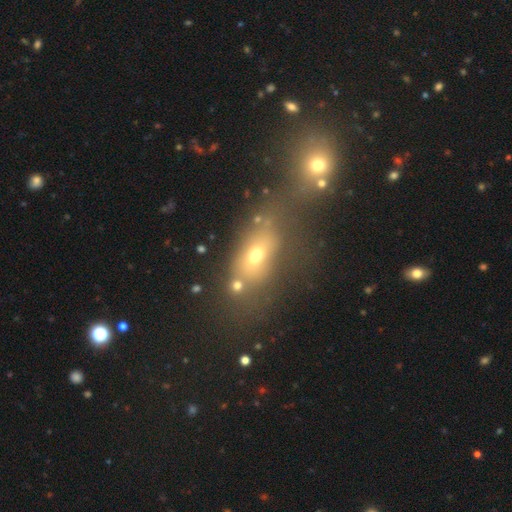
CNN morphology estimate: A smooth galaxy with no disk features (55%) that is in between round and cigar-shaped (66%).

Vote fractions:
- Smooth or featured? smooth: 55% / star or artifact: 25% / featured or disk: 20%
- How rounded? in between: 66% / round: 27% / cigar-shaped: 7%
- Merging? merger: 45% / none: 34% / minor disturbance: 11% / major disturbance: 10%